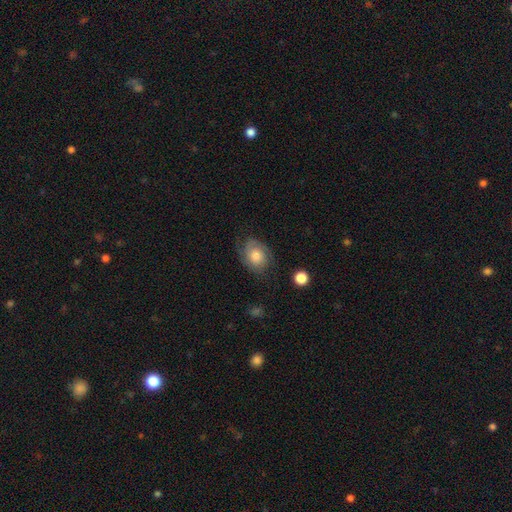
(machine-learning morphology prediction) Smooth or featured? Predicted: featured or disk (p=0.50). Edge-on disk? Predicted: no (p=0.96). Merging? Predicted: none (p=0.69).